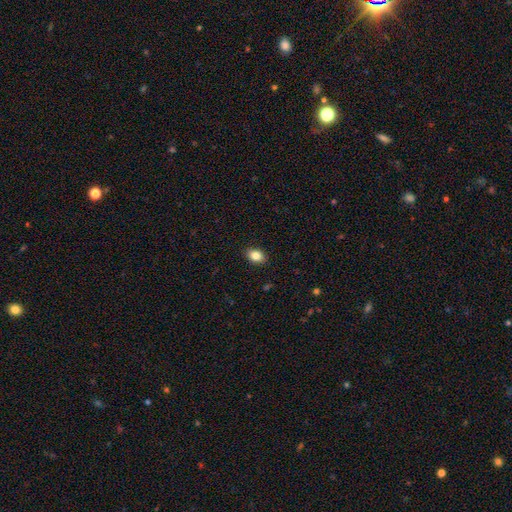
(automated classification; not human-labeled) Q: Smooth or featured?
A: smooth (84%); runner-up: star or artifact (9%)
Q: How rounded?
A: in between (77%); runner-up: round (22%)
Q: Merging?
A: none (90%); runner-up: minor disturbance (8%)